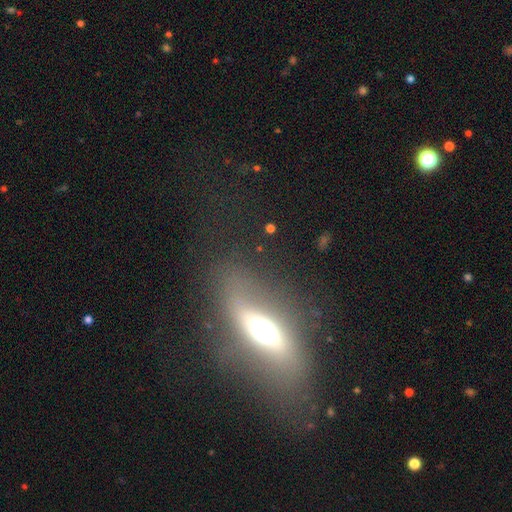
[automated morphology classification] smooth-or-featured: featured or disk: 59% | smooth: 29% | star or artifact: 12%
  disk-edge-on: no: 60% | yes: 40%
  merging: none: 55% | major disturbance: 21% | minor disturbance: 21% | merger: 3%